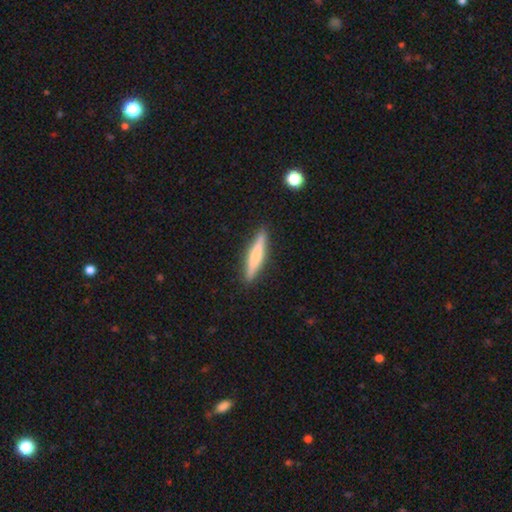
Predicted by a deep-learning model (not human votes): Q: Smooth or featured?
A: smooth (59%); runner-up: featured or disk (35%)
Q: How rounded?
A: cigar-shaped (90%); runner-up: in between (9%)
Q: Merging?
A: none (90%); runner-up: minor disturbance (7%)